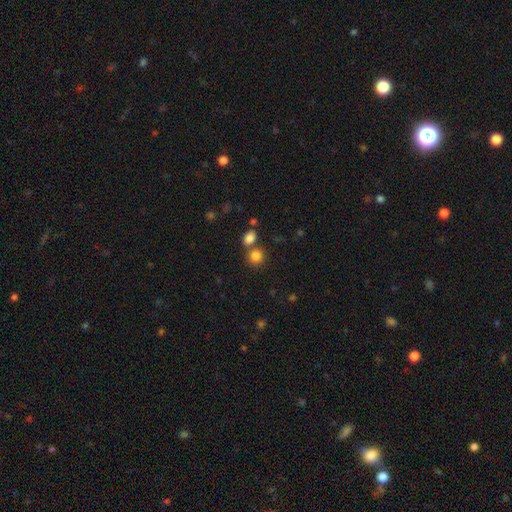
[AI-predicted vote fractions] A smooth galaxy with no disk features (83%) that is round (81%).

Vote fractions:
- Smooth or featured? smooth: 83% / star or artifact: 12% / featured or disk: 6%
- How rounded? round: 81% / in between: 18% / cigar-shaped: 1%
- Merging? none: 62% / merger: 26% / minor disturbance: 8% / major disturbance: 3%